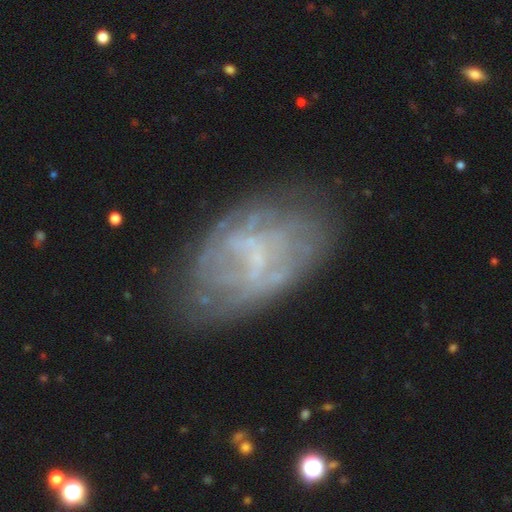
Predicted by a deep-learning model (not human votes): This appears to be a featured or disk galaxy (69%) with no bar (46%), spiral arms (57%) and no central bulge (51%). Merging: none (64%).